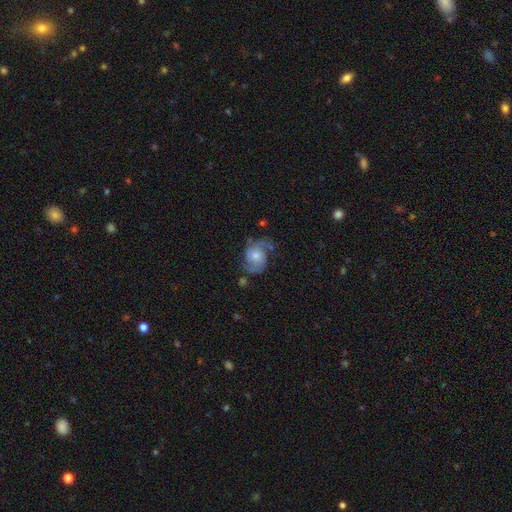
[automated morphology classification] The model was most divided on "spiral winding": medium: 49%, loose: 32%, tight: 19%. Remaining: edge-on disk — no (98%); spiral arms — yes (94%); spiral arm count — 2 (87%); smooth or featured — featured or disk (78%); bar — no (70%); merging — none (61%); bulge size — moderate (49%).